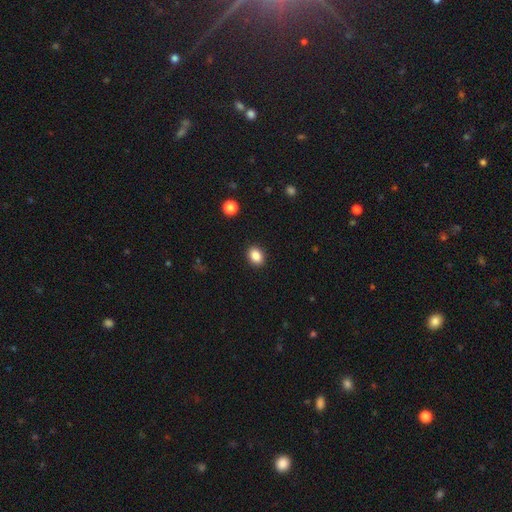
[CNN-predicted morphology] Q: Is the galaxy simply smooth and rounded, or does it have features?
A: smooth — 86%.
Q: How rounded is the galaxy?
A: in between — 60%.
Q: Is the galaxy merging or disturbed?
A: none — 90%.